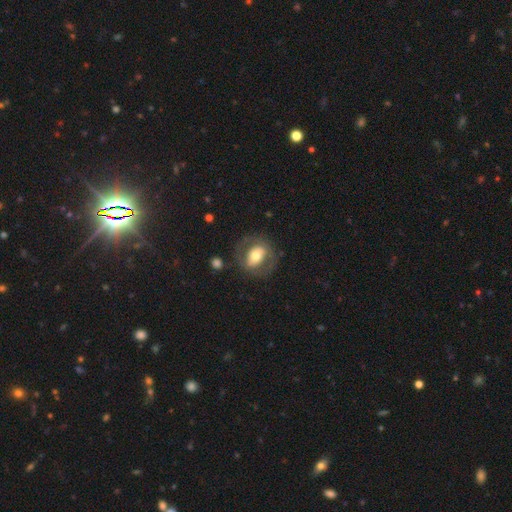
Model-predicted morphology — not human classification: type=featured or disk (48%); merging=none (71%).